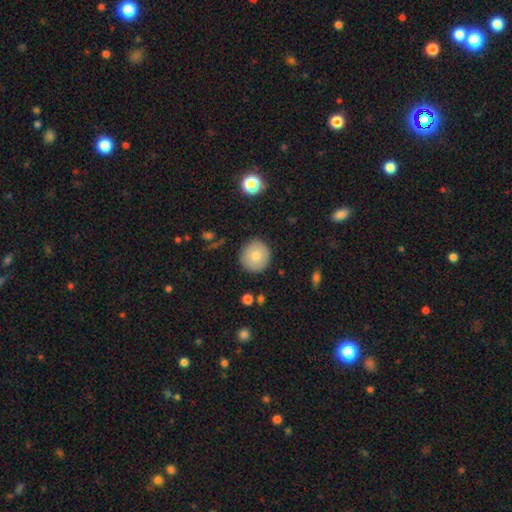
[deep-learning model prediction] Smooth or featured? Predicted: smooth (p=0.80). How rounded? Predicted: round (p=0.93). Merging? Predicted: none (p=0.89).